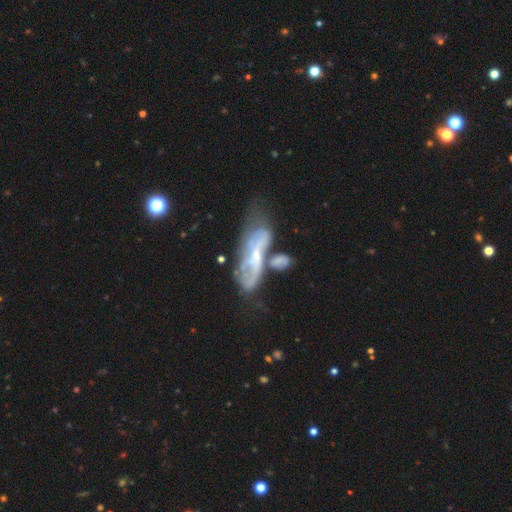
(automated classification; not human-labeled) Q: Smooth or featured?
A: featured or disk (68%); runner-up: smooth (24%)
Q: Edge-on disk?
A: no (81%); runner-up: yes (19%)
Q: Bar?
A: no (50%); runner-up: weak (34%)
Q: Spiral arms?
A: yes (66%); runner-up: no (34%)
Q: Bulge size?
A: small (59%); runner-up: moderate (24%)
Q: Merging?
A: merger (37%); runner-up: none (26%)